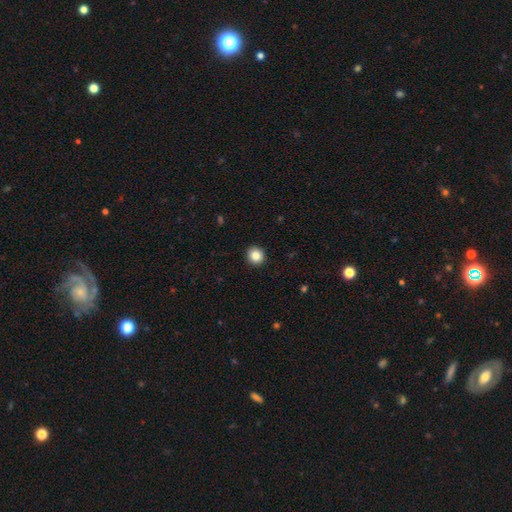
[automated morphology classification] A smooth galaxy with no disk features (86%) that is round (89%).

Vote fractions:
- Smooth or featured? smooth: 86% / star or artifact: 9% / featured or disk: 4%
- How rounded? round: 89% / in between: 10% / cigar-shaped: 1%
- Merging? none: 93% / minor disturbance: 5% / major disturbance: 2% / merger: 1%